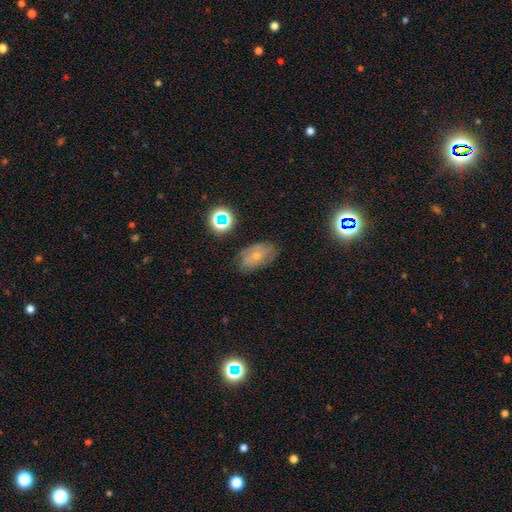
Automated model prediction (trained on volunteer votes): Smooth or featured? Predicted: smooth (p=0.48). Merging? Predicted: none (p=0.67).